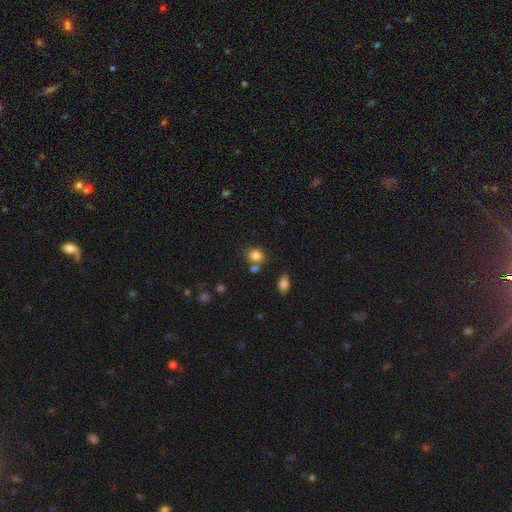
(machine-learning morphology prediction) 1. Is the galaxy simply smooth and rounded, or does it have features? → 83% smooth, 11% star or artifact, 6% featured or disk.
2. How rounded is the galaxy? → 59% round, 40% in between, 1% cigar-shaped.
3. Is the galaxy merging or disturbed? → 67% none, 16% merger, 13% minor disturbance, 4% major disturbance.